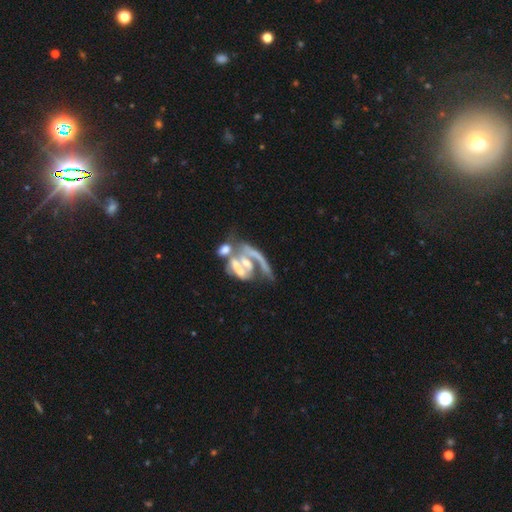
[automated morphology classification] smooth-or-featured: featured or disk: 73% | smooth: 17% | star or artifact: 10%
  disk-edge-on: no: 94% | yes: 6%
    bar: no: 45% | weak: 28% | strong: 27%
    has-spiral-arms: yes: 63% | no: 37%
    bulge-size: moderate: 37% | small: 31% | none: 23% | large: 7% | dominant: 2%
  merging: merger: 58% | major disturbance: 20% | none: 14% | minor disturbance: 8%